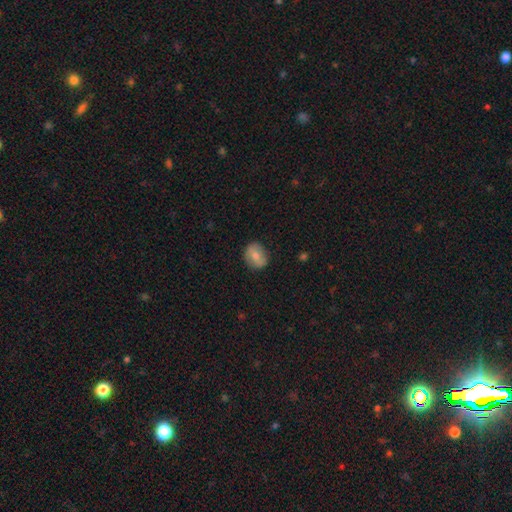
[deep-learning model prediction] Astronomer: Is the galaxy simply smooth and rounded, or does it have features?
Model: smooth — 66%.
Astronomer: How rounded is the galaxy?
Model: round — 62% (runner-up: in between, 37%).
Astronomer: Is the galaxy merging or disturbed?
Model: none — 84%.